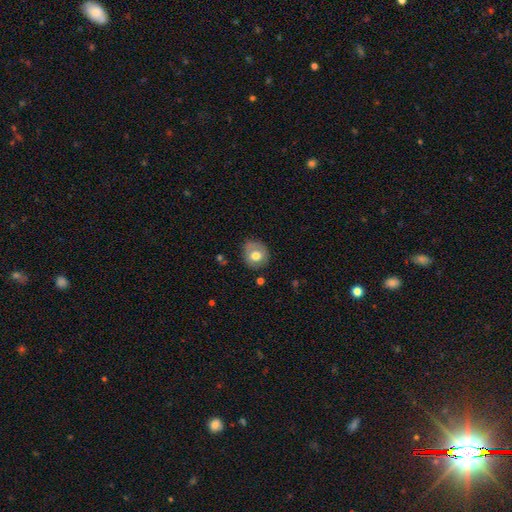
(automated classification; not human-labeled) smooth_or_featured: smooth (p=0.70) [alt: featured or disk p=0.22]
how_rounded: round (p=0.80) [alt: in between p=0.20]
merging: none (p=0.73) [alt: minor disturbance p=0.19]